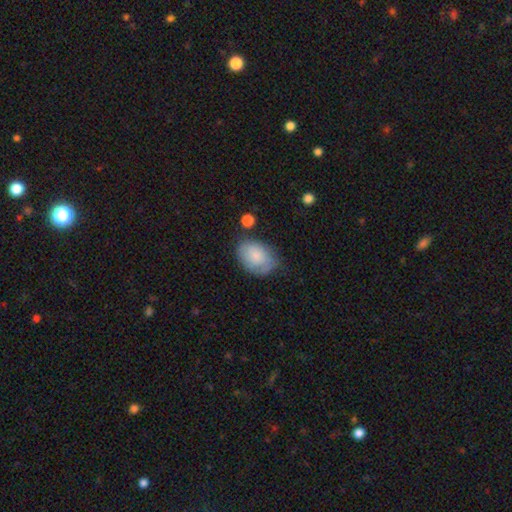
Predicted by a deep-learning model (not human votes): This is likely a smooth galaxy (78%). How rounded: likely in between (79%). Merging: possibly none (57%).